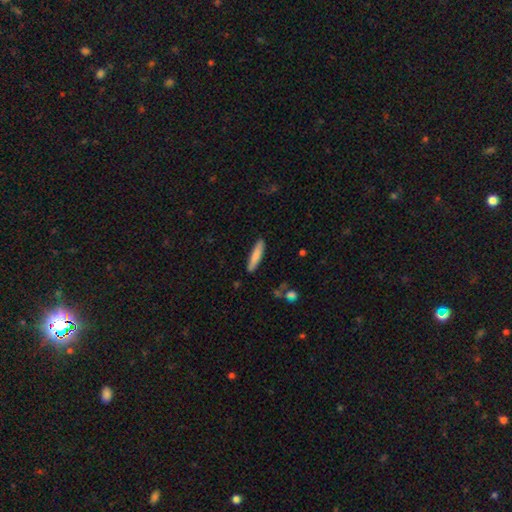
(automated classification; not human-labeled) smooth 82%, featured or disk 12%, star or artifact 6%. Down the decision tree: how rounded — cigar-shaped (86%); merging — none (88%).